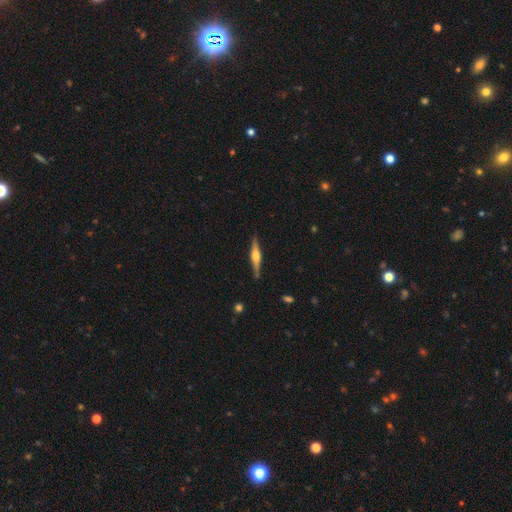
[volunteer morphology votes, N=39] This is likely a featured or disk galaxy (72%). It is clearly viewed edge-on (100%). Edge-on bulge: likely rounded (71%). Merging: clearly none (86%).